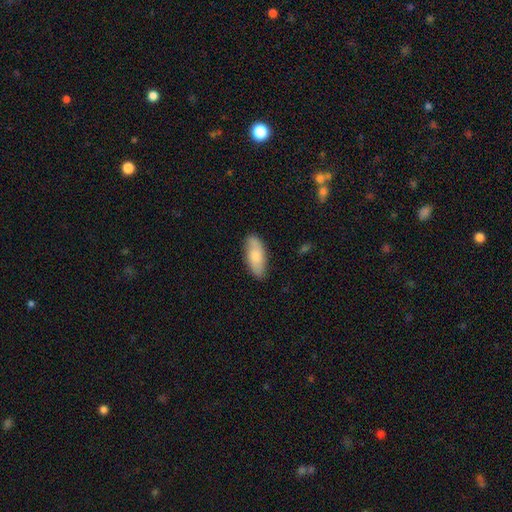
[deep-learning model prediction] This is likely a smooth galaxy (74%). How rounded: likely in between (77%). Merging: clearly none (82%).